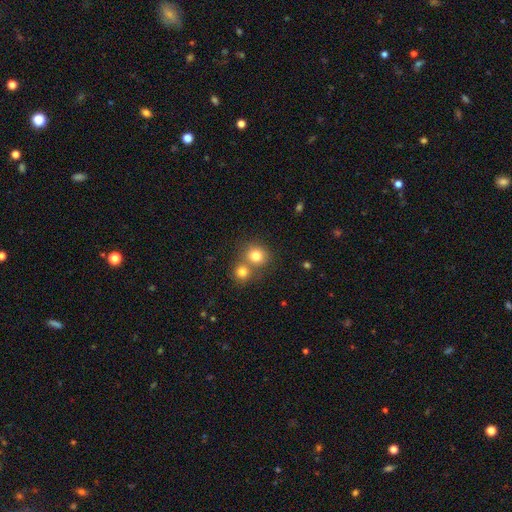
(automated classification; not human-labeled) smooth_or_featured: smooth (p=0.79) [alt: star or artifact p=0.12]
how_rounded: round (p=0.85) [alt: in between p=0.15]
merging: none (p=0.51) [alt: merger p=0.40]